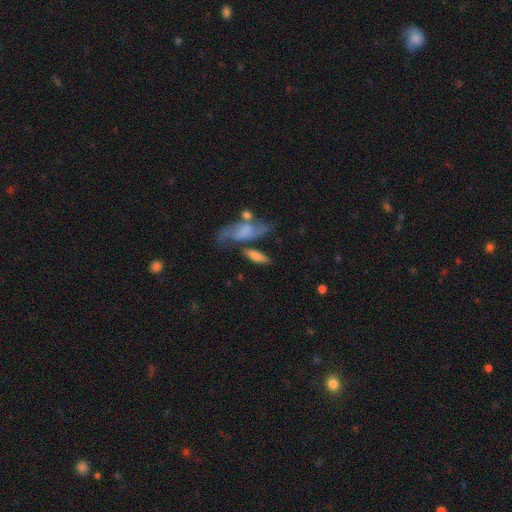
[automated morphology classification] smooth-or-featured: smooth: 65% | featured or disk: 28% | star or artifact: 7%
  how-rounded: in between: 52% | cigar-shaped: 44% | round: 4%
  merging: none: 52% | merger: 21% | minor disturbance: 18% | major disturbance: 9%